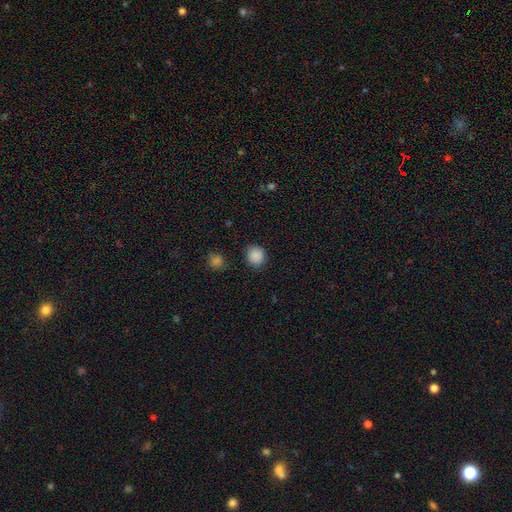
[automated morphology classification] Smooth or featured? smooth (88%)
How rounded? round (86%)
Merging? none (86%)